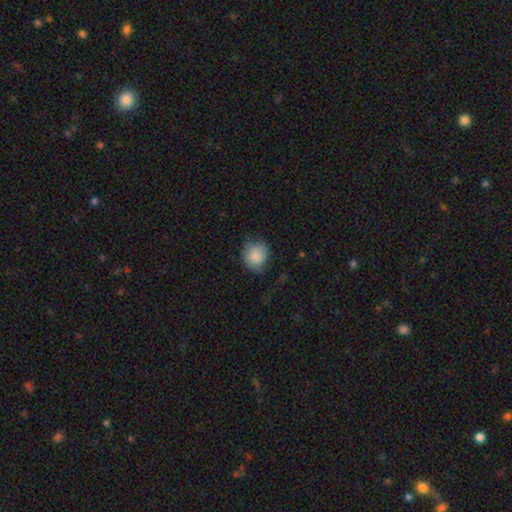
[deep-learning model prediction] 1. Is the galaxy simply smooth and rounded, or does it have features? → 84% smooth, 9% featured or disk, 7% star or artifact.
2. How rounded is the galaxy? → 78% round, 21% in between, 1% cigar-shaped.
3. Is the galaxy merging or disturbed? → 60% none, 27% minor disturbance, 12% major disturbance, 1% merger.